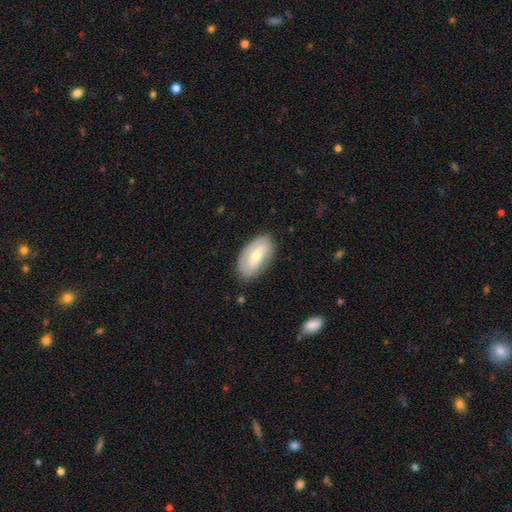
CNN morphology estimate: Smooth or featured? smooth (49%)
Merging? none (79%)